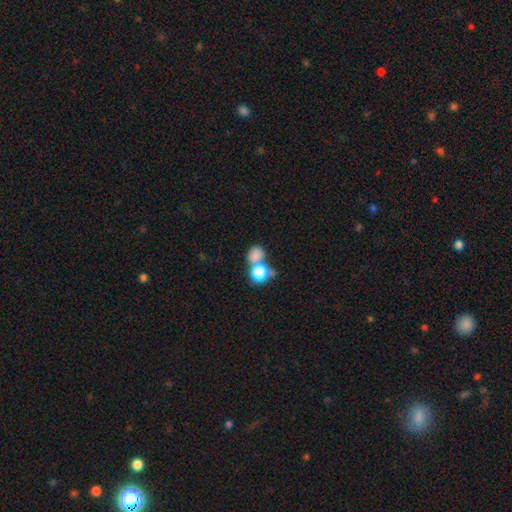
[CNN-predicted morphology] smooth 77%, star or artifact 13%, featured or disk 10%. Down the decision tree: how rounded — round (56%); merging — merger (48%).